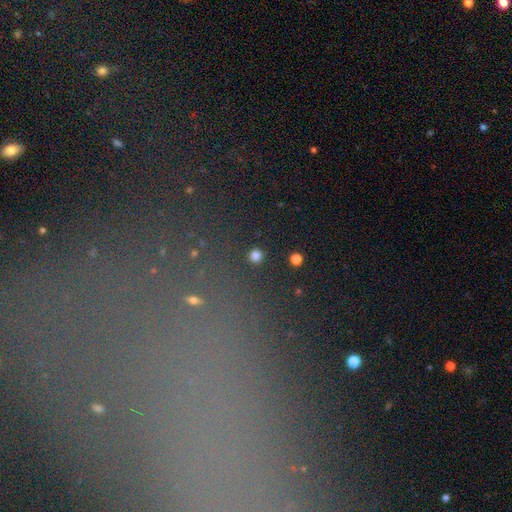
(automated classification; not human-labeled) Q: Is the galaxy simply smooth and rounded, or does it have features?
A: smooth — 81%.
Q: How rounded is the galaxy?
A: round — 95%.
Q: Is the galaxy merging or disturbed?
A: none — 91%.